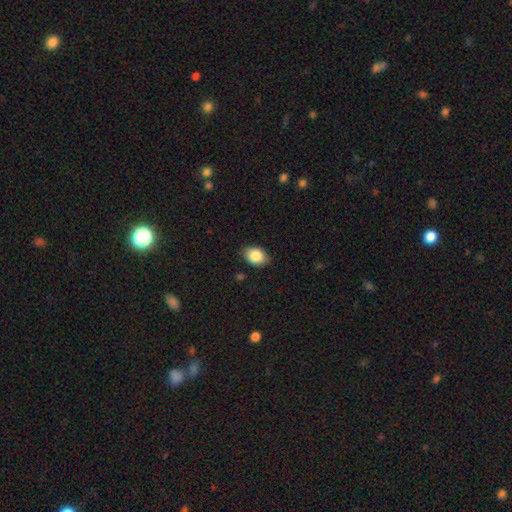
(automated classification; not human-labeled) This is clearly a smooth galaxy (85%). How rounded: likely in between (76%). Merging: clearly none (82%).